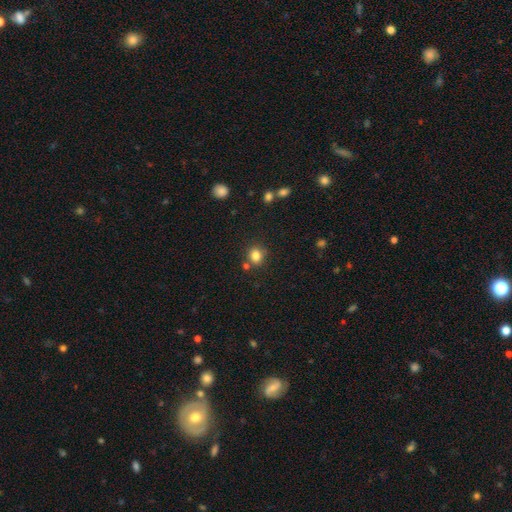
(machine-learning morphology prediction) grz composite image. It shows a smooth galaxy with no disk features (82%) that is round (77%). Merging: none (76%).